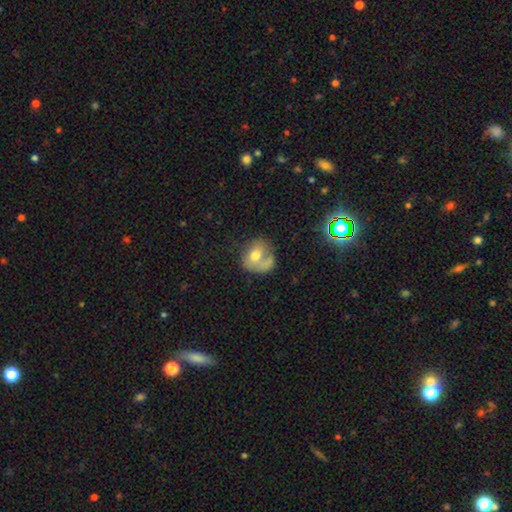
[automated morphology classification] type=smooth (59%); roundness=round (60%); merging=none (30%).